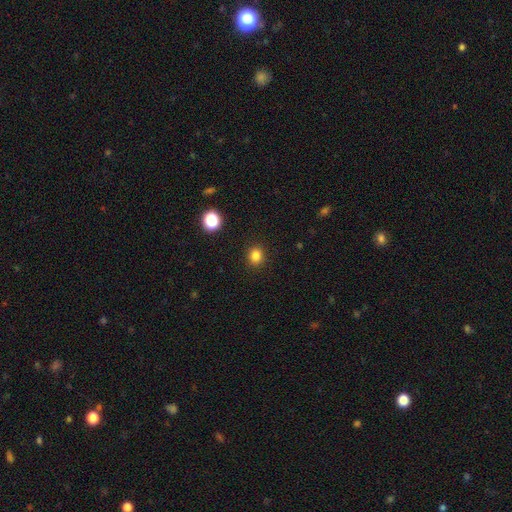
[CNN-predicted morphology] The model was most divided on "how rounded": round: 81%, in between: 18%, cigar-shaped: 1%. More confident: merging — none (91%); smooth or featured — smooth (83%).